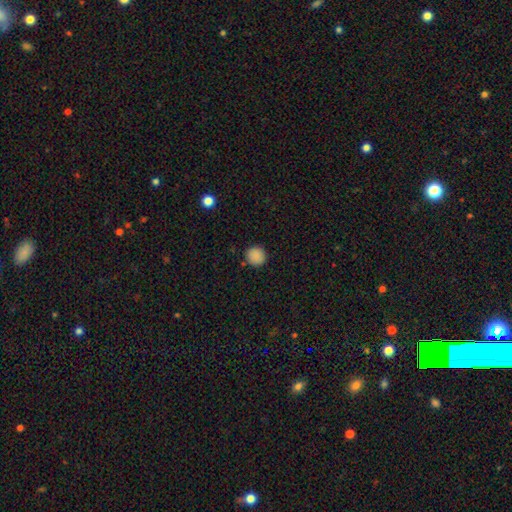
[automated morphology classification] A smooth galaxy with no disk features (88%) that is round (92%).

Vote fractions:
- Smooth or featured? smooth: 88% / star or artifact: 9% / featured or disk: 3%
- How rounded? round: 92% / in between: 7% / cigar-shaped: 1%
- Merging? none: 89% / minor disturbance: 7% / major disturbance: 2% / merger: 2%